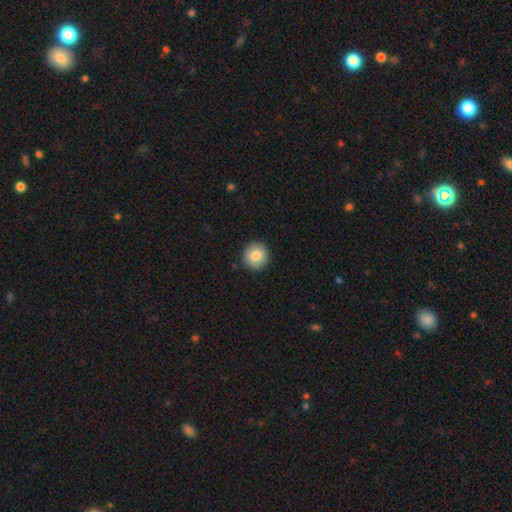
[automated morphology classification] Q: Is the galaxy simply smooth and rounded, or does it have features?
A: smooth — 84%.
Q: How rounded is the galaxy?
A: round — 92%.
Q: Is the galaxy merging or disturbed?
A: none — 91%.